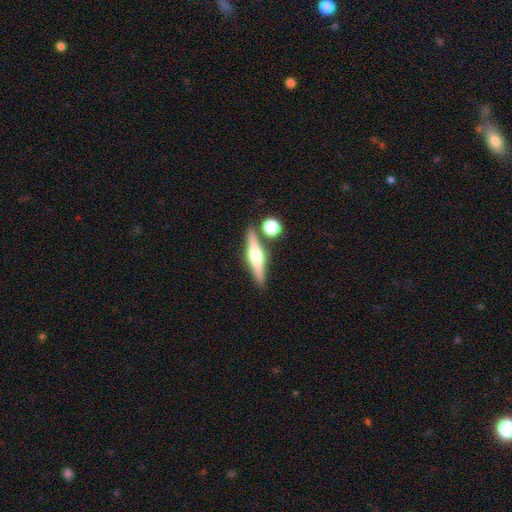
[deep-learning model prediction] A featured or disk galaxy (64%) viewed edge-on (97%) with a rounded central bulge (88%).

Vote fractions:
- Smooth or featured? featured or disk: 64% / smooth: 30% / star or artifact: 7%
- Edge-on disk? yes: 97% / no: 3%
- Edge-on bulge? rounded: 88% / boxy: 8% / none: 4%
- Merging? none: 80% / merger: 9% / minor disturbance: 8% / major disturbance: 2%